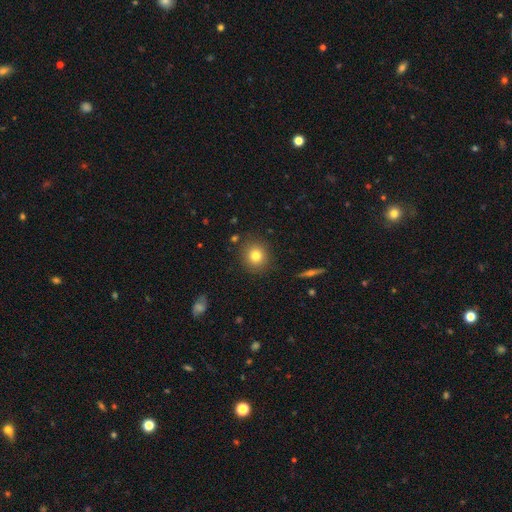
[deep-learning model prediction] A smooth galaxy with no disk features (78%) that is round (87%). Merging: none (88%).